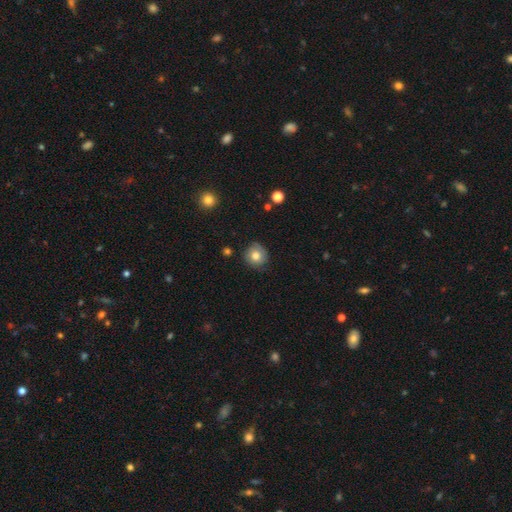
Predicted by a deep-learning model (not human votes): smooth_or_featured: smooth (p=0.61) [alt: featured or disk p=0.30]
how_rounded: round (p=0.87) [alt: in between p=0.12]
merging: none (p=0.77) [alt: minor disturbance p=0.17]